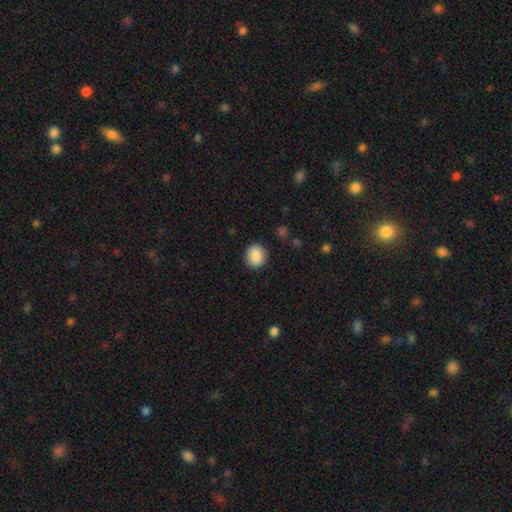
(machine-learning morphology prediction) smooth-or-featured: smooth: 88% | star or artifact: 8% | featured or disk: 4%
  how-rounded: round: 73% | in between: 26% | cigar-shaped: 1%
  merging: none: 89% | minor disturbance: 8% | major disturbance: 2% | merger: 1%